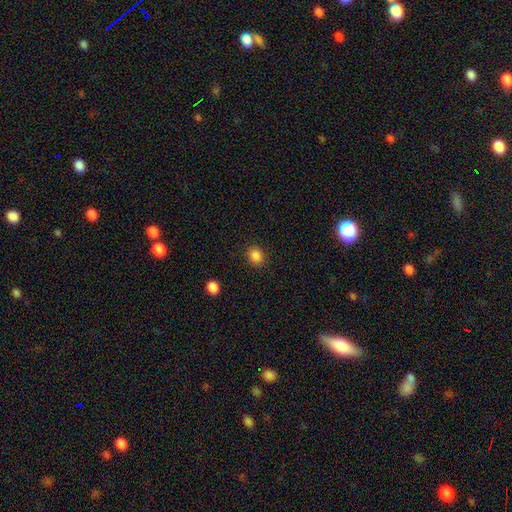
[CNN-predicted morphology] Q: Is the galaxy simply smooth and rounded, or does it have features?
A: smooth — 86%.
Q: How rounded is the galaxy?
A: round — 55%.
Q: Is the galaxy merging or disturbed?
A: none — 85%.